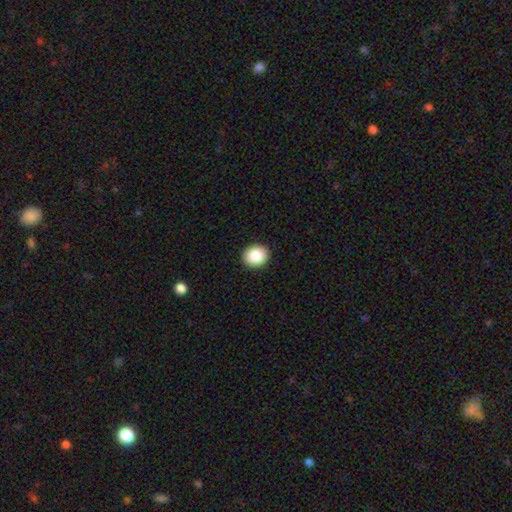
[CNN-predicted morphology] Smooth or featured?
  - smooth: 87% *
  - star or artifact: 8%
  - featured or disk: 5%
How rounded?
  - round: 75% *
  - in between: 24%
  - cigar-shaped: 1%
Merging?
  - none: 92% *
  - minor disturbance: 5%
  - major disturbance: 2%
  - merger: 1%